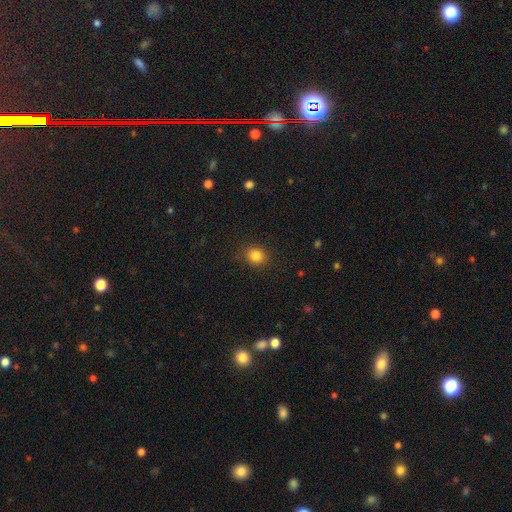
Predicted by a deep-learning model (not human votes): A smooth galaxy with no disk features (84%) that is round (76%).

Vote fractions:
- Smooth or featured? smooth: 84% / star or artifact: 11% / featured or disk: 5%
- How rounded? round: 76% / in between: 24% / cigar-shaped: 1%
- Merging? none: 88% / minor disturbance: 8% / major disturbance: 3% / merger: 1%